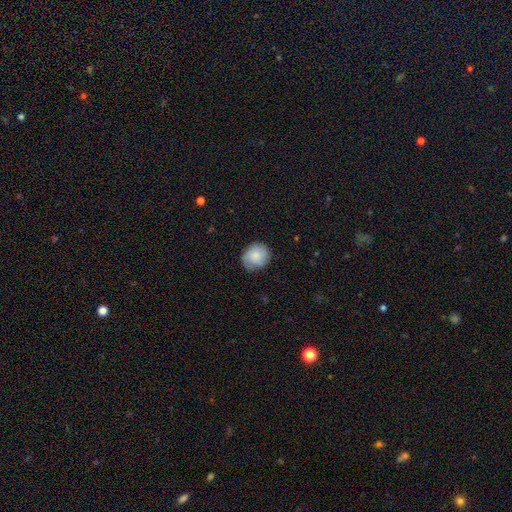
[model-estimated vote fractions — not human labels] A smooth galaxy with no disk features (76%) that is round (79%). Merging: none (70%).